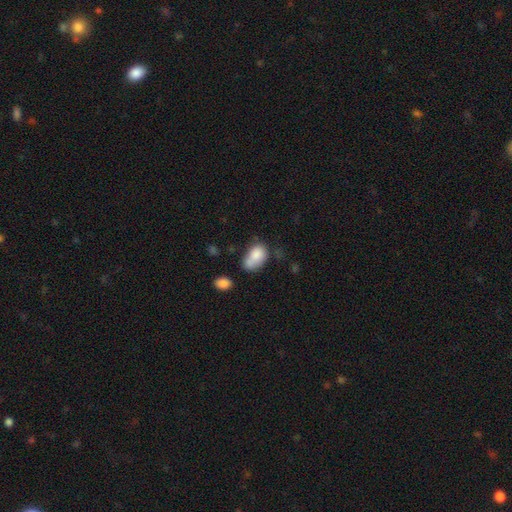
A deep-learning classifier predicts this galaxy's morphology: A smooth galaxy with no disk features (80%) that is in between round and cigar-shaped (85%). Merging: none (34%).